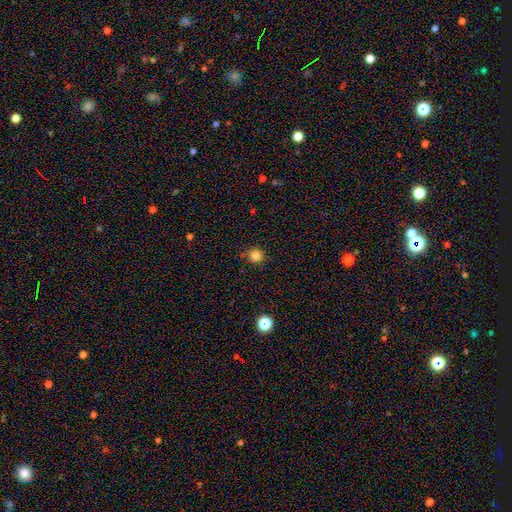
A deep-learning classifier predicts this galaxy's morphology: This appears to be a smooth galaxy with no disk features (83%) that is round (93%). Merging: none (83%).